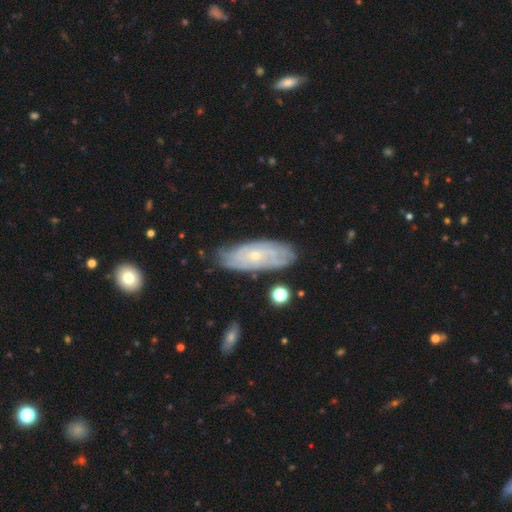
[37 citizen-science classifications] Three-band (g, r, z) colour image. It shows a featured or disk galaxy (76%) with no bar (80%), tight (68%) spiral arms (88%) and a small central bulge (84%). Merging: none (81%).